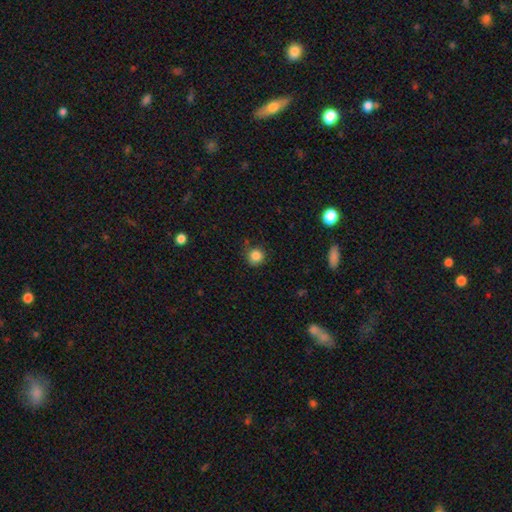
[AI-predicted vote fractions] A smooth galaxy with no disk features (85%) that is round (93%). Merging: none (82%).